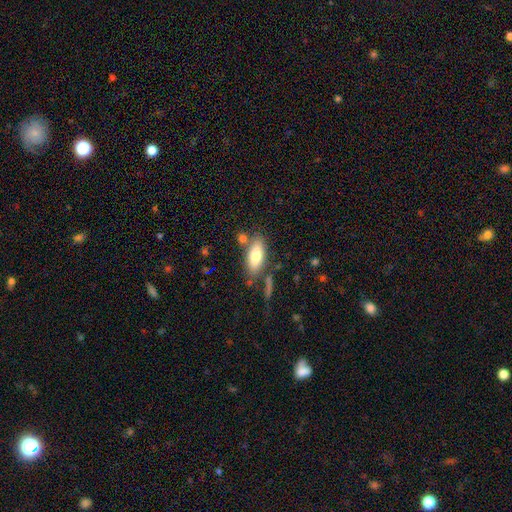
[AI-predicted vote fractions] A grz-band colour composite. It shows a smooth galaxy with no disk features (78%) that is in between round and cigar-shaped (82%). Merging: none (71%).